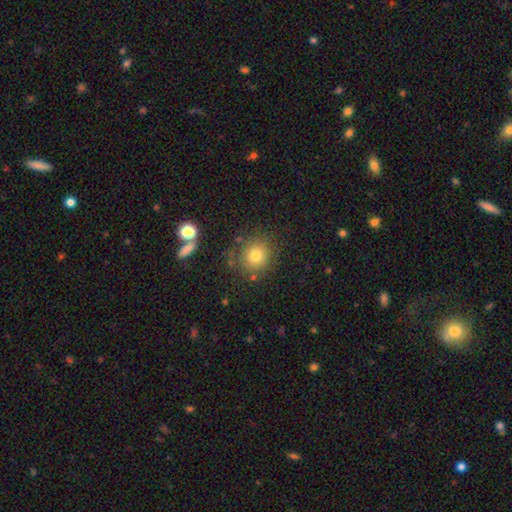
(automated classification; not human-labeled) Smooth or featured? smooth (77%)
How rounded? round (87%)
Merging? none (81%)